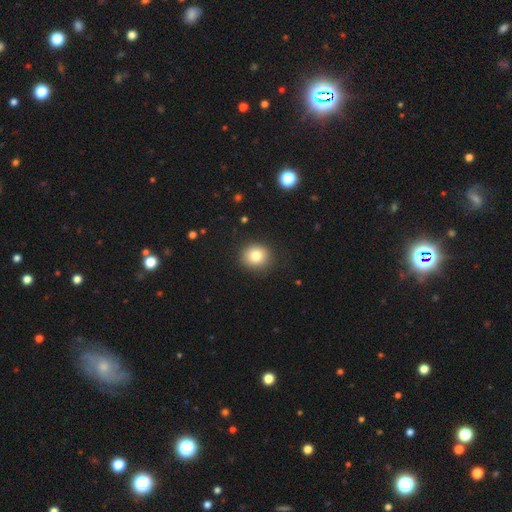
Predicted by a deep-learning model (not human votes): Smooth or featured? Predicted: smooth (p=0.82). How rounded? Predicted: round (p=0.84). Merging? Predicted: none (p=0.88).